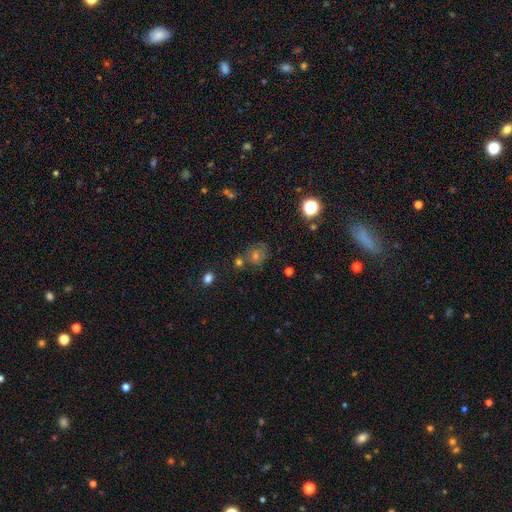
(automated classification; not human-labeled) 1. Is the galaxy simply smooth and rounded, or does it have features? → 36% star or artifact, 33% smooth, 31% featured or disk.